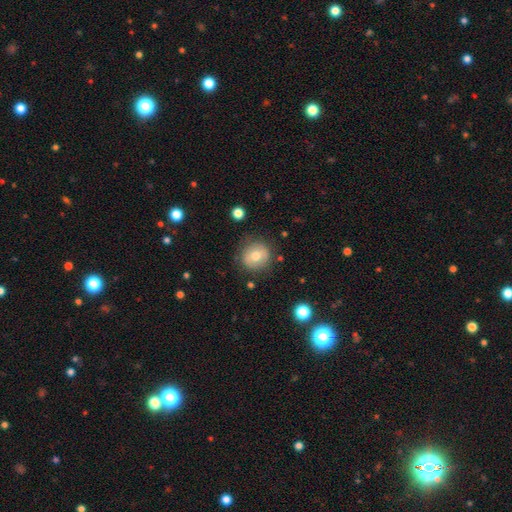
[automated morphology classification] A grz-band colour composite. It shows a smooth galaxy with no disk features (68%) that is round (90%). Merging: none (83%).